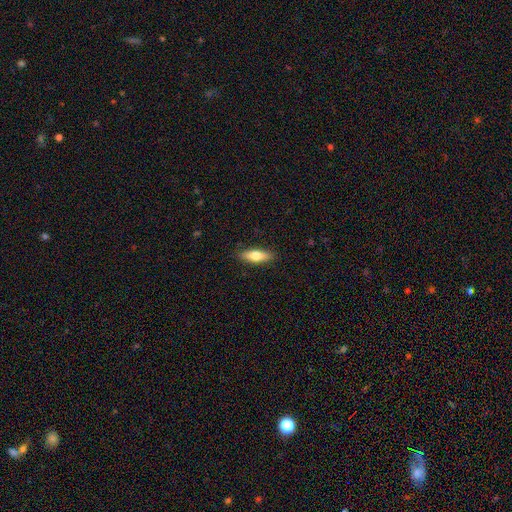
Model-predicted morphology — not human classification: type=smooth (70%); roundness=in between (53%); merging=none (88%).